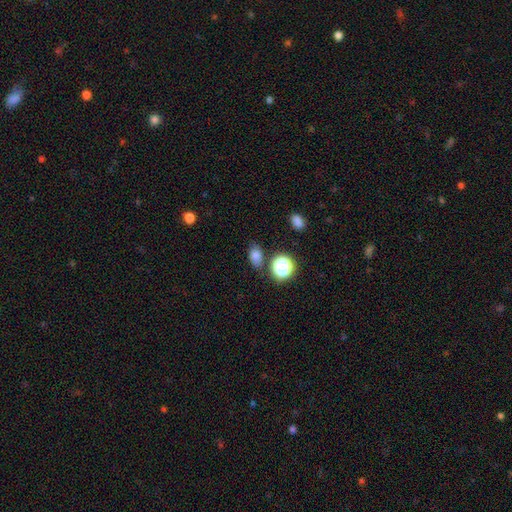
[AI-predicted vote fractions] smooth 76%, star or artifact 16%, featured or disk 8%. Down the decision tree: how rounded — in between (75%); merging — none (77%).